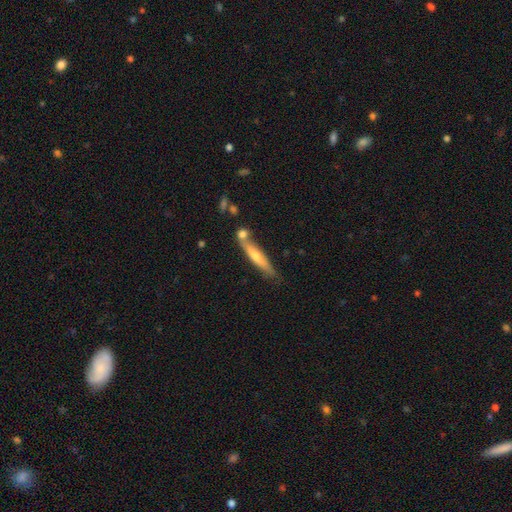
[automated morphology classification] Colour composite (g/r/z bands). It shows a smooth galaxy with no disk features (49%). Merging: none (64%).